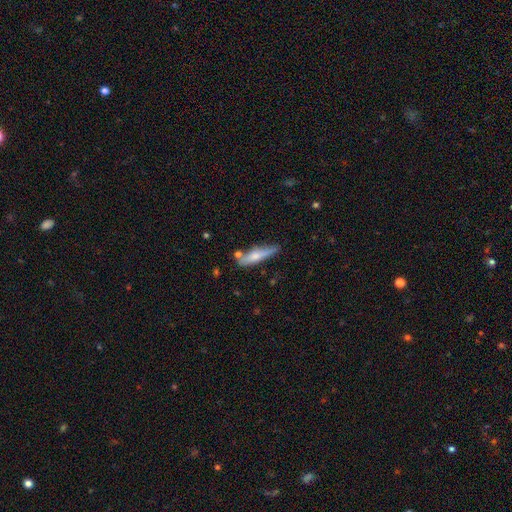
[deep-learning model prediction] Morphology: type=smooth (58%); roundness=cigar-shaped (79%); merging=none (65%).